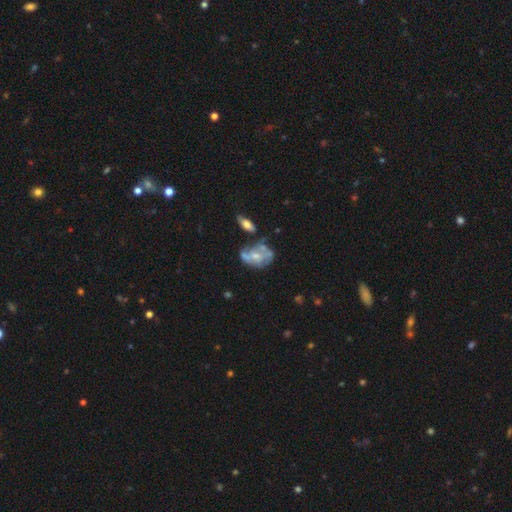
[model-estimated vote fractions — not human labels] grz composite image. It shows a featured or disk galaxy (62%) with no bar (76%), no spiral arms (55%) and a small central bulge (53%). Merging: none (39%).